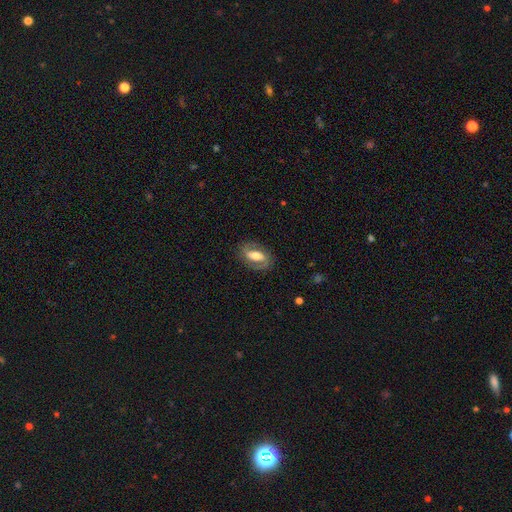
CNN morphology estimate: This is likely a featured or disk galaxy (63%). It is clearly not viewed edge-on (91%). Bar: marginally strong (40%). Spiral arm pattern: likely yes (77%). Central bulge: possibly moderate (60%). Merging: likely none (78%).